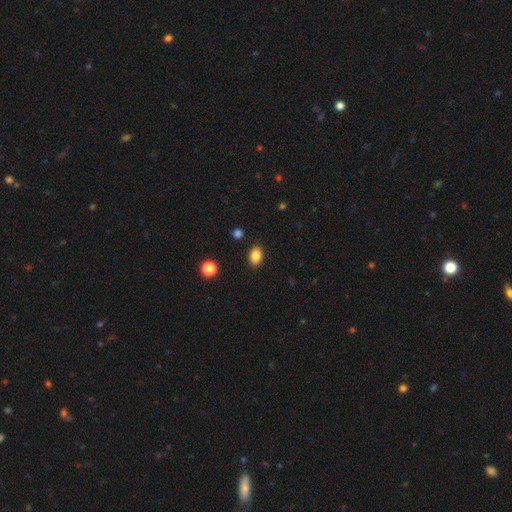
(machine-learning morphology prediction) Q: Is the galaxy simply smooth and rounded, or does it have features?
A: smooth — 85%.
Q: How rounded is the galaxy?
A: in between — 81%.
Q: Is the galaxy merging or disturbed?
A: none — 87%.